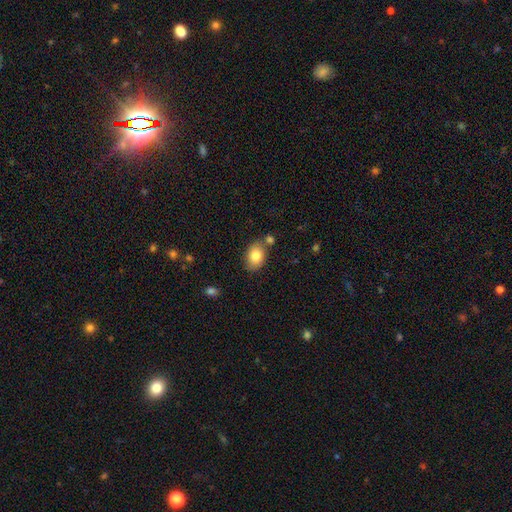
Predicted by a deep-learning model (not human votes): This is clearly a smooth galaxy (82%). How rounded: likely in between (78%). Merging: likely none (71%).